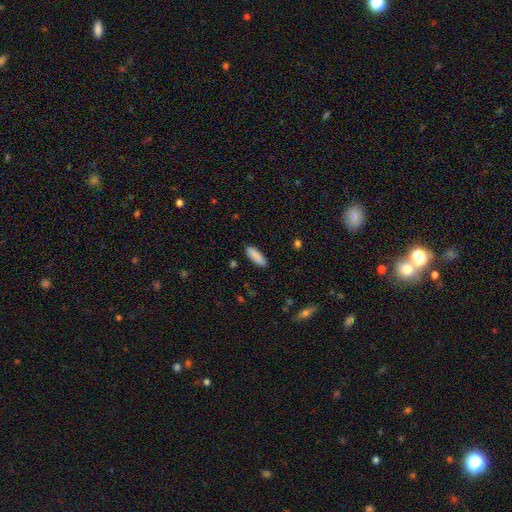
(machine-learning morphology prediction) A smooth galaxy with no disk features (89%) that is in between round and cigar-shaped (58%). Merging: none (88%).